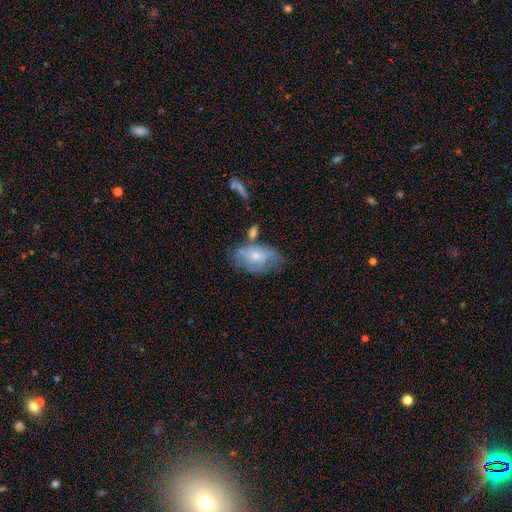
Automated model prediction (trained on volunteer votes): Q: Smooth or featured?
A: smooth (56%); runner-up: featured or disk (36%)
Q: How rounded?
A: in between (88%); runner-up: round (10%)
Q: Merging?
A: none (41%); runner-up: minor disturbance (30%)